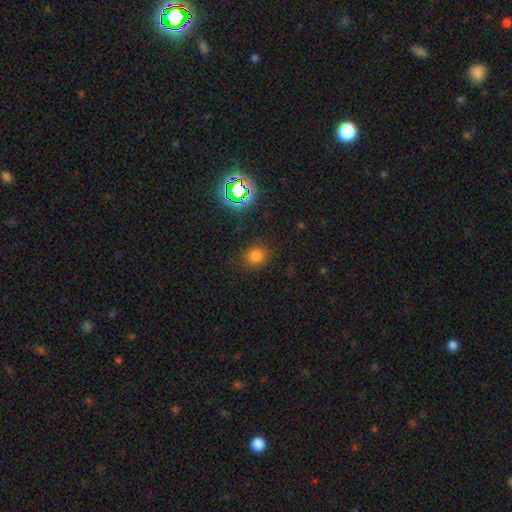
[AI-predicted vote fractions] Morphology: type=smooth (74%); roundness=round (74%); merging=none (85%).